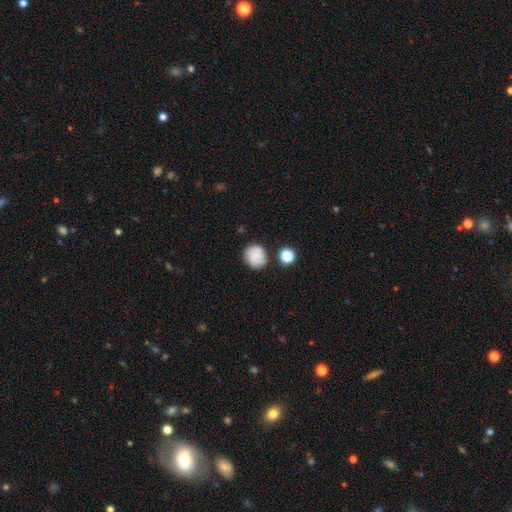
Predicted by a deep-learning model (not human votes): smooth_or_featured: smooth (p=0.76) [alt: featured or disk p=0.13]
how_rounded: round (p=0.82) [alt: in between p=0.17]
merging: none (p=0.75) [alt: minor disturbance p=0.14]